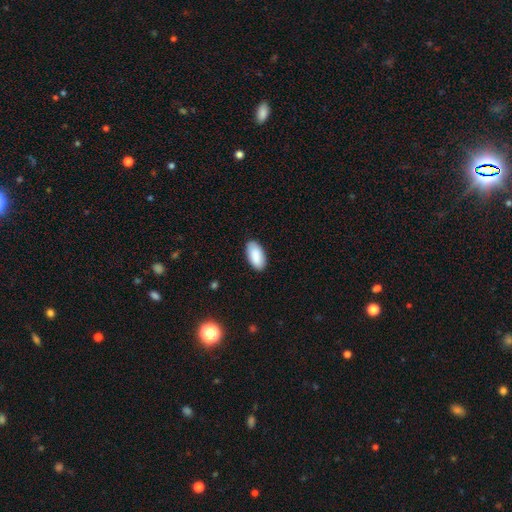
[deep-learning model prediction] The model was most divided on "merging": none: 87%, minor disturbance: 10%, major disturbance: 2%, merger: 1%. More confident: how rounded — in between (94%); smooth or featured — smooth (89%).